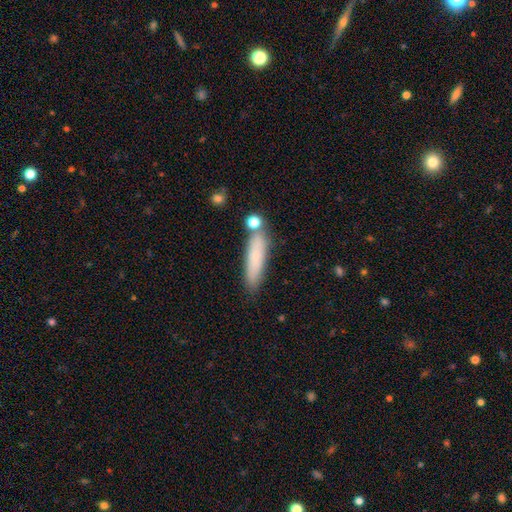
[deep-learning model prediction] Smooth or featured?
  - smooth: 74% *
  - featured or disk: 18%
  - star or artifact: 8%
How rounded?
  - cigar-shaped: 76% *
  - in between: 22%
  - round: 2%
Merging?
  - none: 74% *
  - minor disturbance: 14%
  - merger: 8%
  - major disturbance: 4%